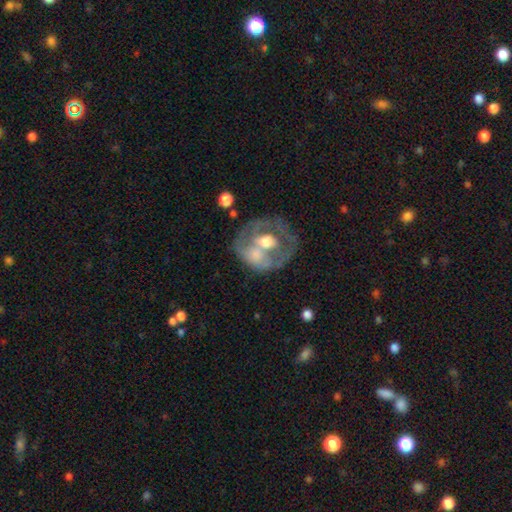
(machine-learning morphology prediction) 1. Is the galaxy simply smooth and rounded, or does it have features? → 61% featured or disk, 33% smooth, 7% star or artifact.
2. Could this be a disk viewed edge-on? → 96% no, 4% yes.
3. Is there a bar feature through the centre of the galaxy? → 74% no, 19% weak, 7% strong.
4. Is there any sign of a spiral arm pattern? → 72% no, 28% yes.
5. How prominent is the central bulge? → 65% moderate, 16% large, 13% small, 4% none, 2% dominant.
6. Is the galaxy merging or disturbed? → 38% none, 32% merger, 16% minor disturbance, 14% major disturbance.